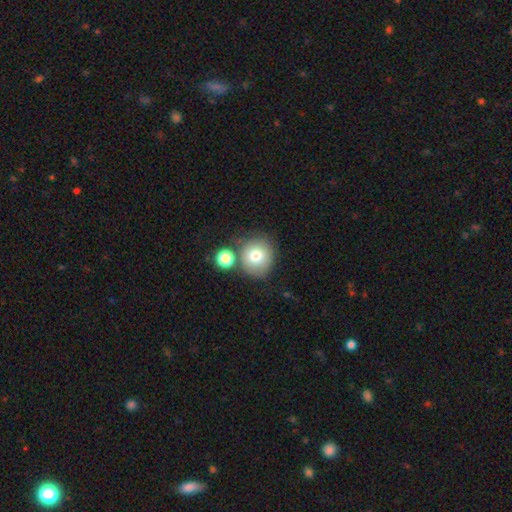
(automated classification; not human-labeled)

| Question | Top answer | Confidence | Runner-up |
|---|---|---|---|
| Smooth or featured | smooth | 77% | featured or disk (14%) |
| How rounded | round | 86% | in between (13%) |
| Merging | none | 65% | merger (18%) |